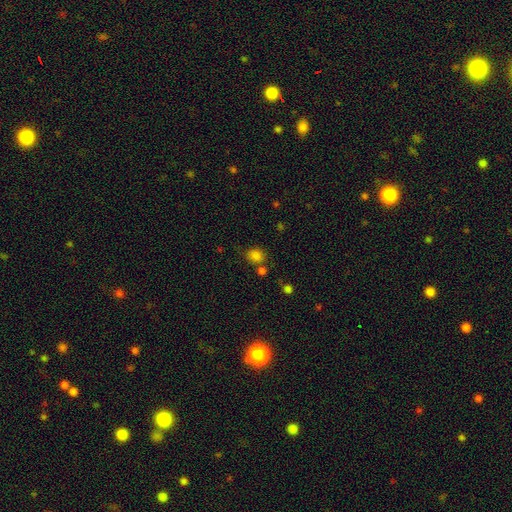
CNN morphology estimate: Smooth or featured? smooth (81%)
How rounded? round (65%)
Merging? none (69%)